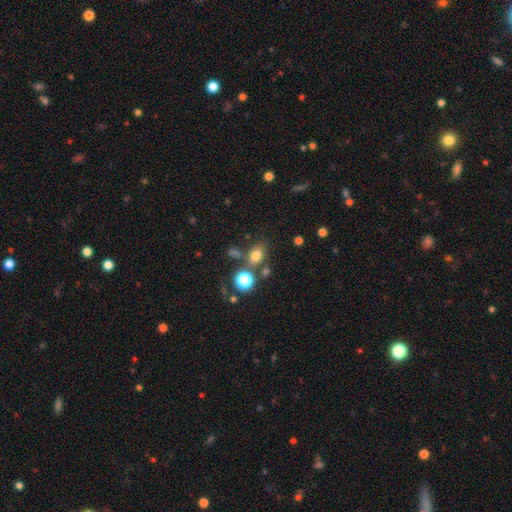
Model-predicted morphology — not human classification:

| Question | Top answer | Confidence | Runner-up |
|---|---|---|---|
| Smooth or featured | smooth | 75% | star or artifact (16%) |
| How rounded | in between | 70% | round (28%) |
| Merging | none | 69% | merger (14%) |